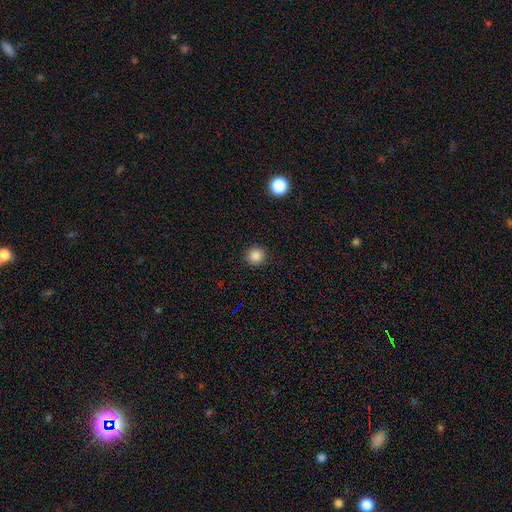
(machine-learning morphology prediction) smooth_or_featured: smooth (p=0.86) [alt: star or artifact p=0.11]
how_rounded: round (p=0.93) [alt: in between p=0.06]
merging: none (p=0.91) [alt: minor disturbance p=0.06]